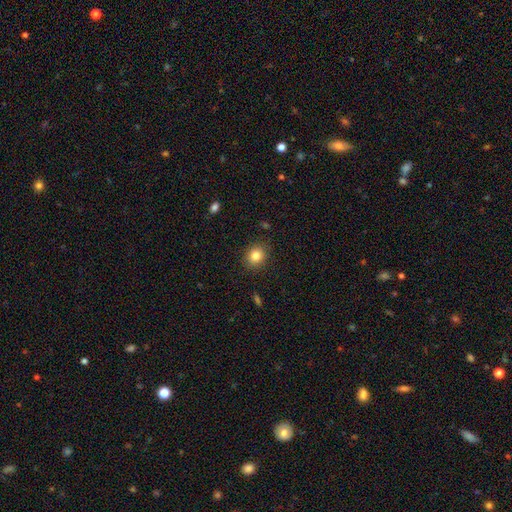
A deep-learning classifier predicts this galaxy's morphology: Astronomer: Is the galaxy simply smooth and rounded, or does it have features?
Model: smooth — 84%.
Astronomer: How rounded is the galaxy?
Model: round — 65%.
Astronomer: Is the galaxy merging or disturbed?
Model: none — 87%.